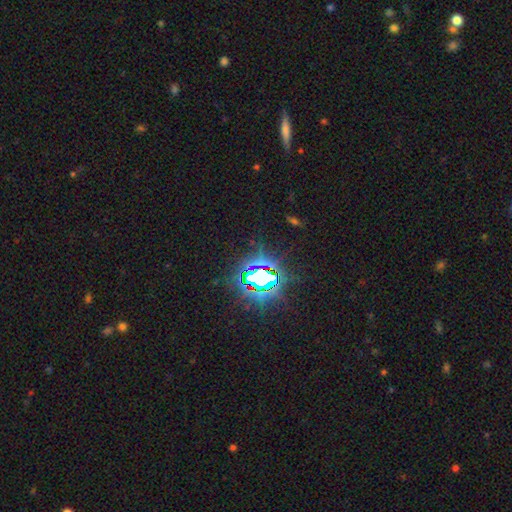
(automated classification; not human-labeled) This is clearly a star or artifact rather than a galaxy (82%).